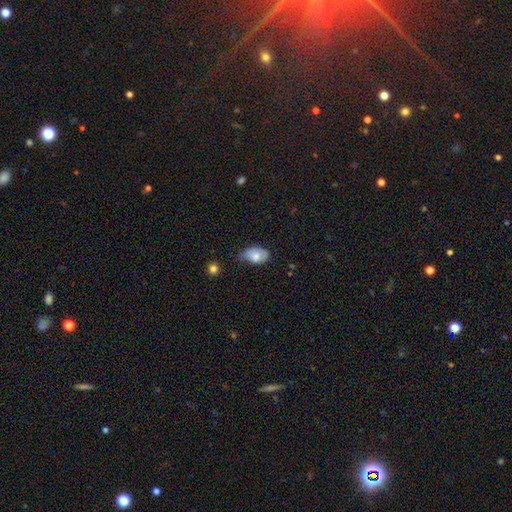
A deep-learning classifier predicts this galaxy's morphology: This is likely a smooth galaxy (77%). How rounded: clearly in between (90%). Merging: possibly none (50%).